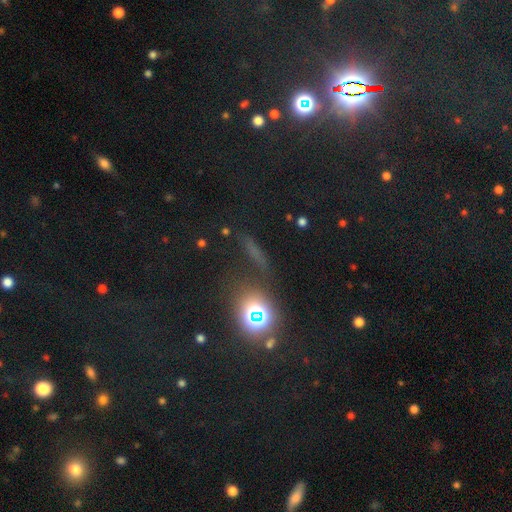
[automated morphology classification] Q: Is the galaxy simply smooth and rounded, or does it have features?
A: star or artifact — 53%.